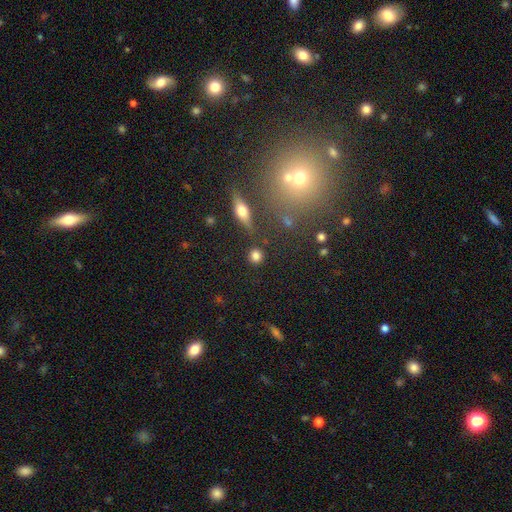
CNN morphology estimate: type=smooth (81%); roundness=round (90%); merging=none (87%).